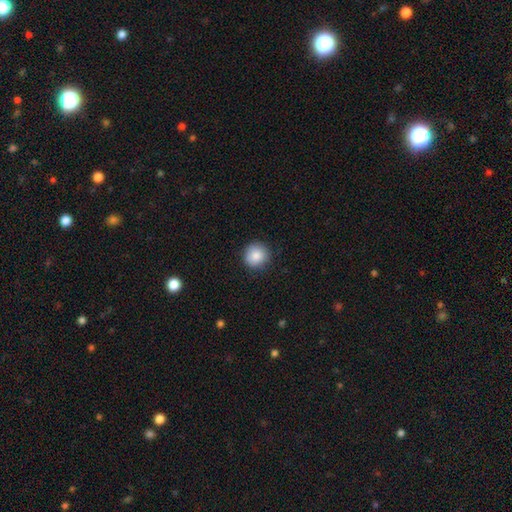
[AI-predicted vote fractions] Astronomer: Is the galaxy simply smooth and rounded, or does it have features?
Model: smooth — 86%.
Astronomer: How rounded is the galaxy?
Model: round — 93%.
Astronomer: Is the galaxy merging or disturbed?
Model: none — 88%.